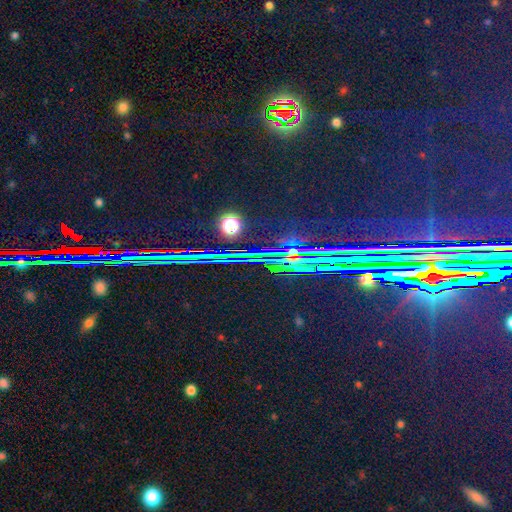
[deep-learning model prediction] This appears to be a star or artifact, not a galaxy (84%).